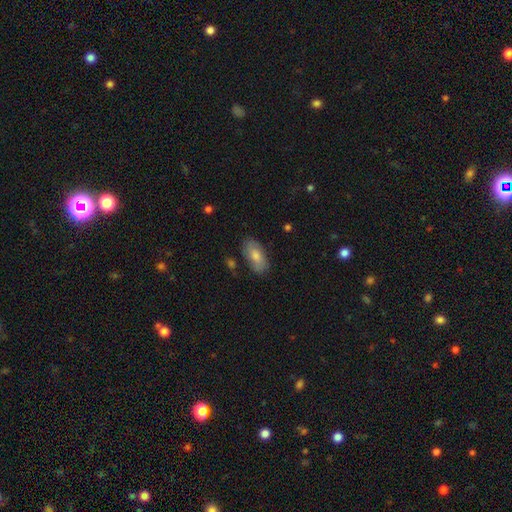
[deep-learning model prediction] The model was most divided on "smooth or featured": smooth: 66%, featured or disk: 25%, star or artifact: 9%. More confident: how rounded — in between (88%); merging — none (81%).